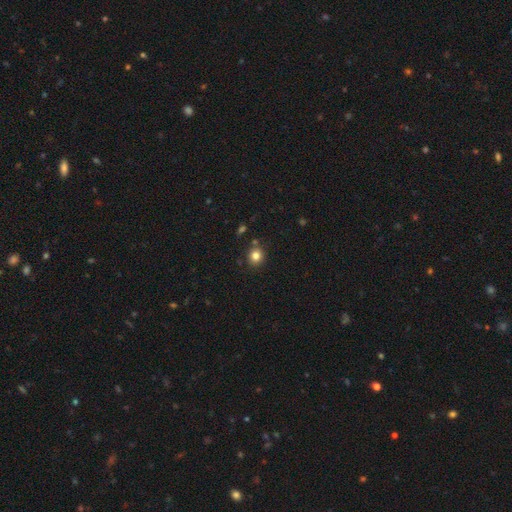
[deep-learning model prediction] Overall: smooth (81%). How rounded: round (84%). Merging: none (83%).